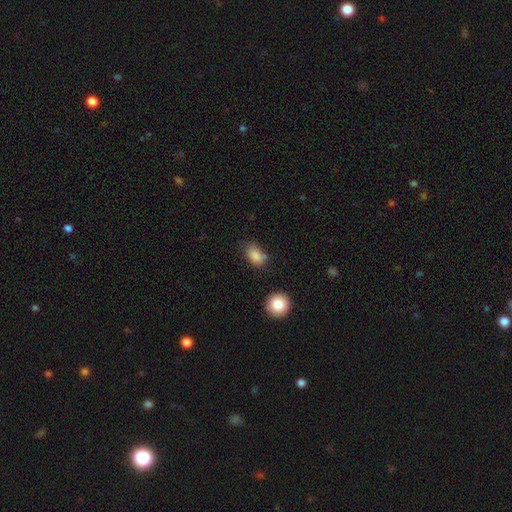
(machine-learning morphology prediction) smooth_or_featured: smooth (p=0.84) [alt: star or artifact p=0.09]
how_rounded: in between (p=0.81) [alt: round p=0.17]
merging: none (p=0.58) [alt: minor disturbance p=0.29]